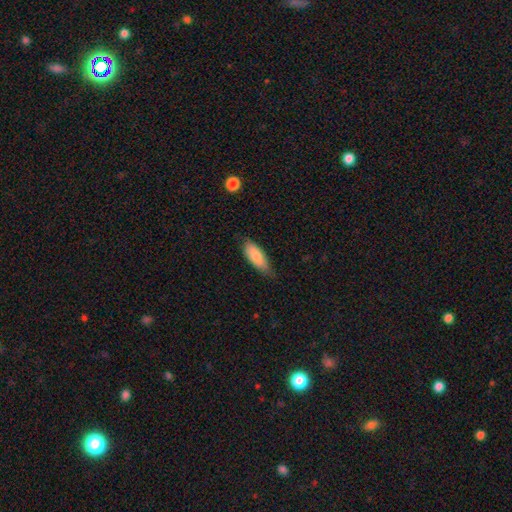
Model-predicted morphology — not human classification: A smooth galaxy with no disk features (84%) that is in between round and cigar-shaped (77%).

Vote fractions:
- Smooth or featured? smooth: 84% / featured or disk: 11% / star or artifact: 6%
- How rounded? in between: 77% / cigar-shaped: 21% / round: 2%
- Merging? none: 67% / minor disturbance: 27% / major disturbance: 4% / merger: 1%